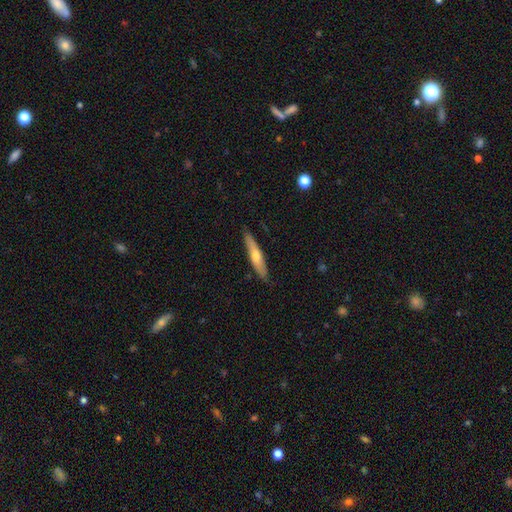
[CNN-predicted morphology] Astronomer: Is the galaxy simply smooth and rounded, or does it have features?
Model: smooth — 52% (runner-up: featured or disk, 43%).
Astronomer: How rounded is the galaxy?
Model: cigar-shaped — 87%.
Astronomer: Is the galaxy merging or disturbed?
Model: none — 86%.